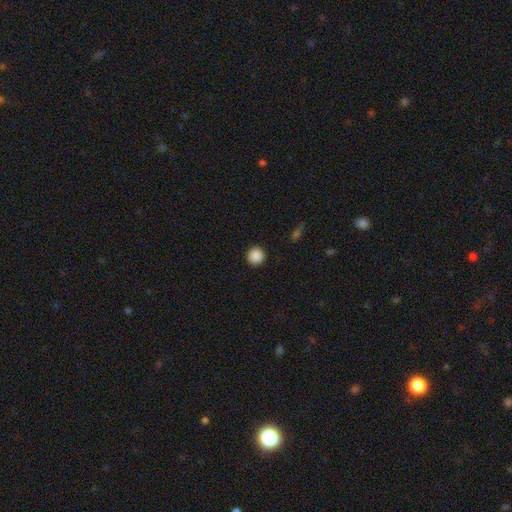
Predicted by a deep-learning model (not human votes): Morphology: type=smooth (89%); roundness=round (95%); merging=none (92%).